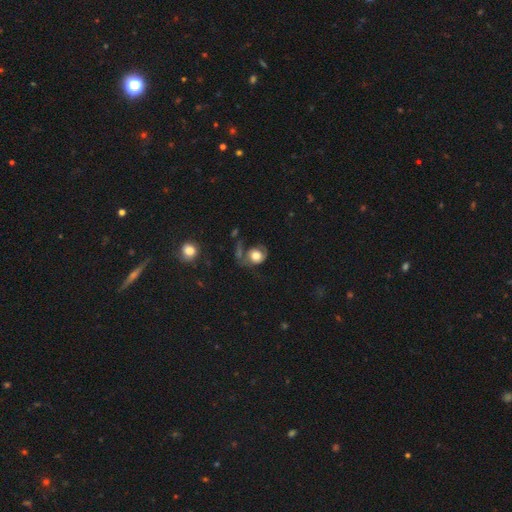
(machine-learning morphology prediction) Overall: smooth (61%; featured or disk 30%). How rounded: round (69%; in between 30%). Merging: major disturbance (36%; none 32%).